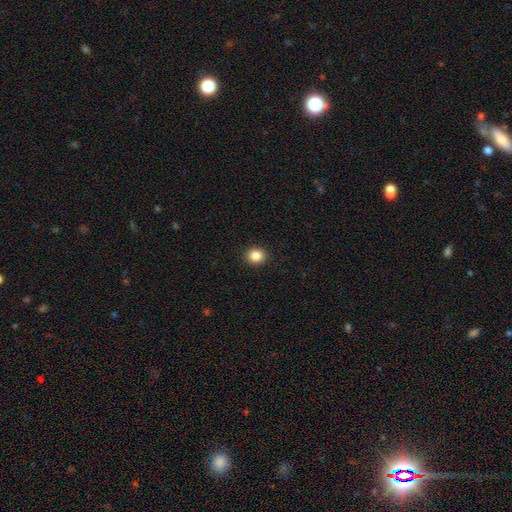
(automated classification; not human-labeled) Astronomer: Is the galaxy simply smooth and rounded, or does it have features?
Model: smooth — 86%.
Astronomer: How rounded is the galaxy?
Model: round — 80%.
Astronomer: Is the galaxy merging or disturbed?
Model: none — 92%.